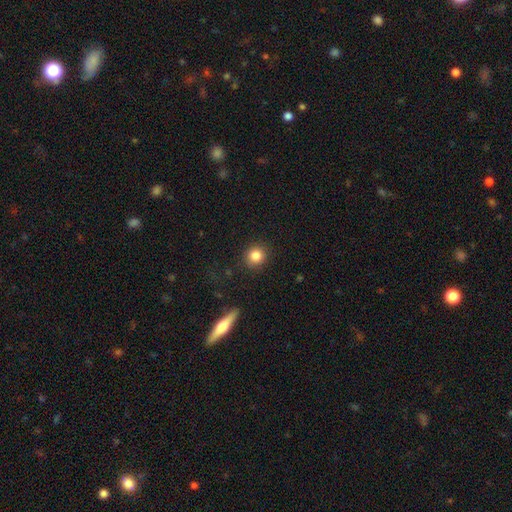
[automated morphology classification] type=smooth (84%); roundness=round (89%); merging=none (89%).